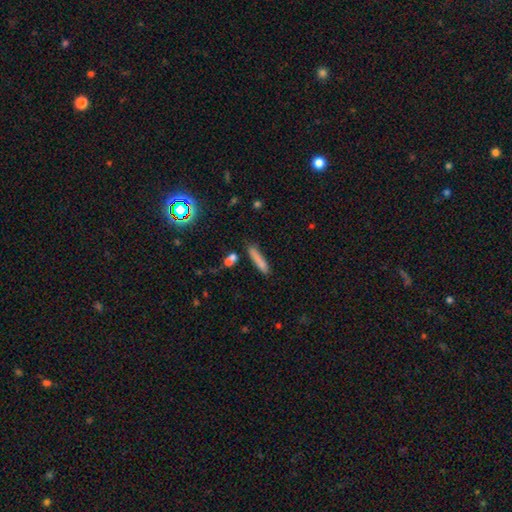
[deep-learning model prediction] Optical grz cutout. It shows a smooth galaxy with no disk features (73%) that is cigar-shaped (90%). Merging: none (82%).